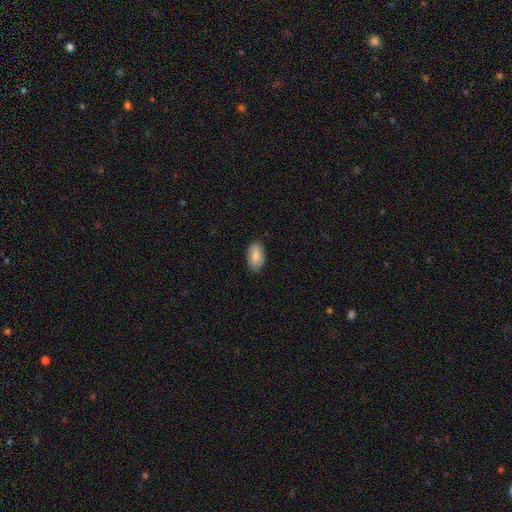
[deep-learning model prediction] A smooth galaxy with no disk features (80%) that is in between round and cigar-shaped (93%).

Vote fractions:
- Smooth or featured? smooth: 80% / featured or disk: 14% / star or artifact: 6%
- How rounded? in between: 93% / round: 4% / cigar-shaped: 2%
- Merging? none: 85% / minor disturbance: 12% / major disturbance: 2% / merger: 1%